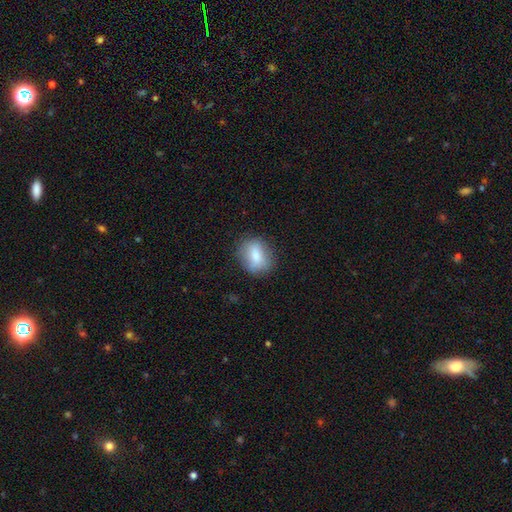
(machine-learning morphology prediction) smooth-or-featured: smooth: 77% | featured or disk: 15% | star or artifact: 8%
  how-rounded: in between: 51% | round: 46% | cigar-shaped: 3%
  merging: none: 80% | minor disturbance: 15% | major disturbance: 4% | merger: 1%